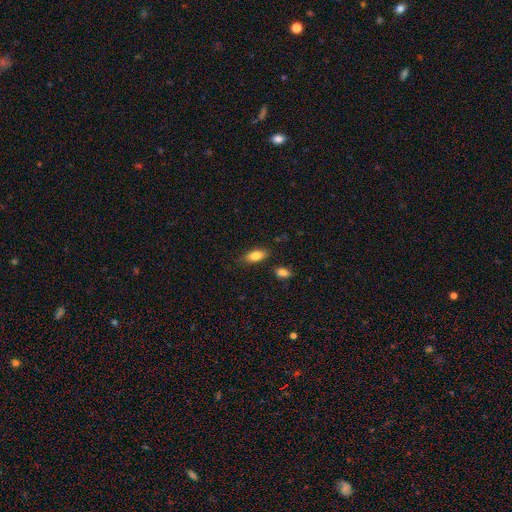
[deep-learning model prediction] smooth 81%, featured or disk 11%, star or artifact 7%. Down the decision tree: how rounded — in between (84%); merging — none (80%).